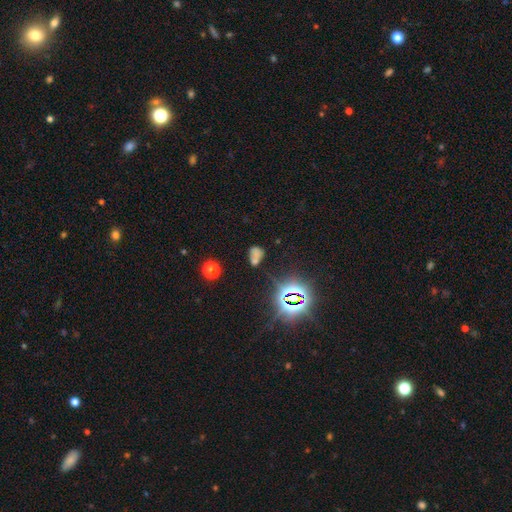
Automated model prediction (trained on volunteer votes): Overall: smooth (52%; star or artifact 30%). How rounded: in between (66%; round 31%). Merging: merger (41%; none 33%).